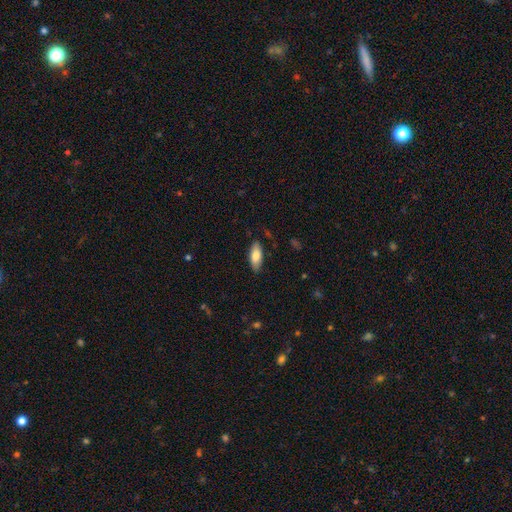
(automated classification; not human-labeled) A smooth galaxy with no disk features (80%) that is in between round and cigar-shaped (78%).

Vote fractions:
- Smooth or featured? smooth: 80% / featured or disk: 14% / star or artifact: 6%
- How rounded? in between: 78% / cigar-shaped: 20% / round: 2%
- Merging? none: 84% / minor disturbance: 12% / major disturbance: 2% / merger: 1%